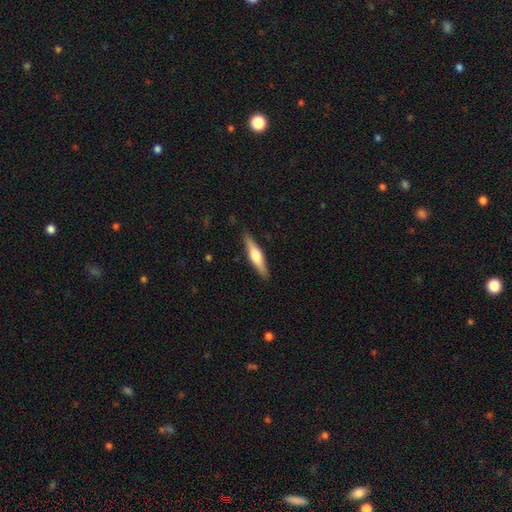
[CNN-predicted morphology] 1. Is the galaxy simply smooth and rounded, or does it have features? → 52% featured or disk, 42% smooth, 5% star or artifact.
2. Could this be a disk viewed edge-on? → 95% yes, 5% no.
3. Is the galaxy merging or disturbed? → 89% none, 8% minor disturbance, 2% major disturbance, 1% merger.